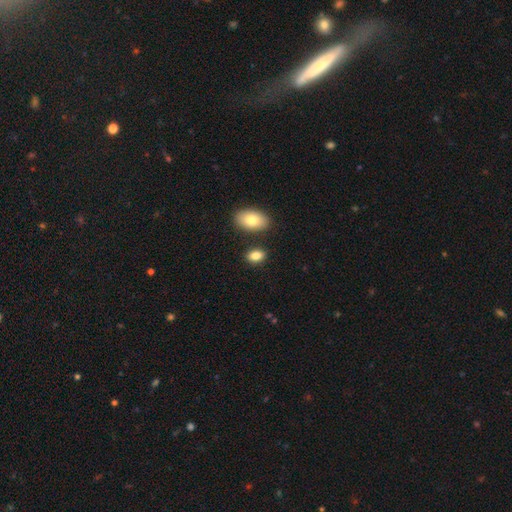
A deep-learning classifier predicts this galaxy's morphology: smooth 84%, star or artifact 8%, featured or disk 8%. Down the decision tree: how rounded — in between (86%); merging — none (79%).